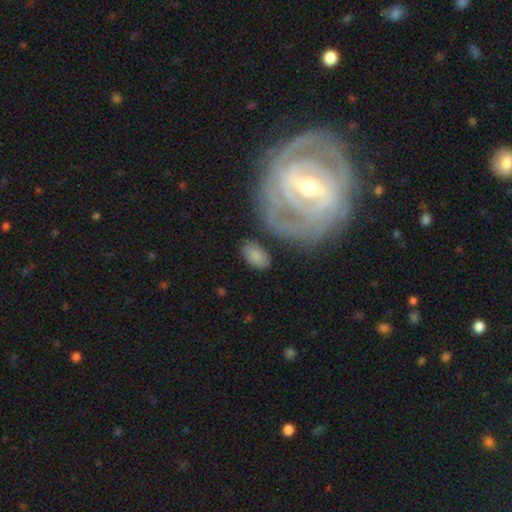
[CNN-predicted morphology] smooth_or_featured: smooth (p=0.80) [alt: featured or disk p=0.14]
how_rounded: in between (p=0.93) [alt: round p=0.05]
merging: none (p=0.73) [alt: minor disturbance p=0.15]